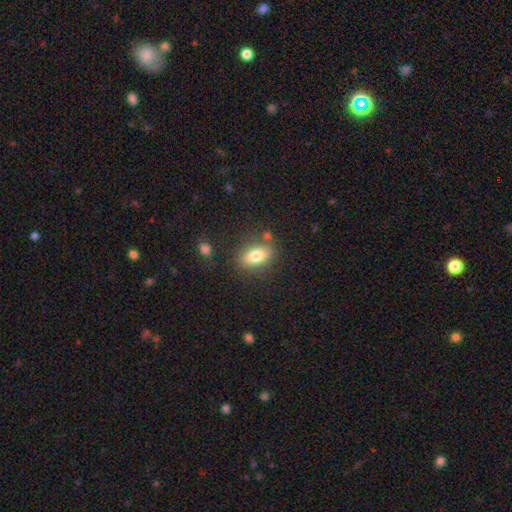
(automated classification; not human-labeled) This appears to be a smooth galaxy with no disk features (77%) that is in between round and cigar-shaped (84%). Merging: none (78%).